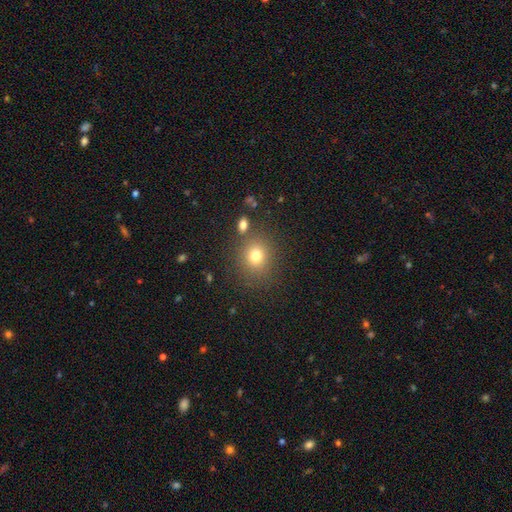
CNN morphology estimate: The model was most divided on "smooth or featured": smooth: 76%, star or artifact: 15%, featured or disk: 9%. More confident: how rounded — round (83%); merging — none (80%).